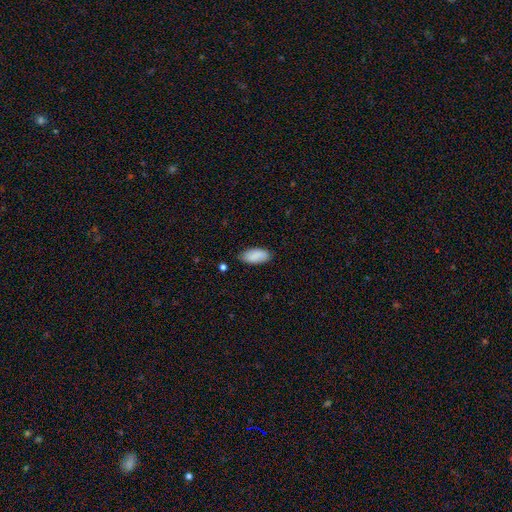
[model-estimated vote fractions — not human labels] A smooth galaxy with no disk features (87%) that is in between round and cigar-shaped (91%).

Vote fractions:
- Smooth or featured? smooth: 87% / star or artifact: 6% / featured or disk: 6%
- How rounded? in between: 91% / cigar-shaped: 7% / round: 2%
- Merging? none: 81% / minor disturbance: 15% / major disturbance: 3% / merger: 2%